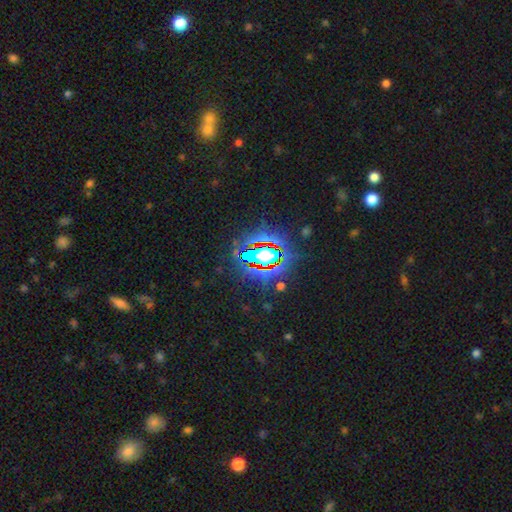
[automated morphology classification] The model was most divided on "smooth or featured": star or artifact: 81%, smooth: 11%, featured or disk: 8%.